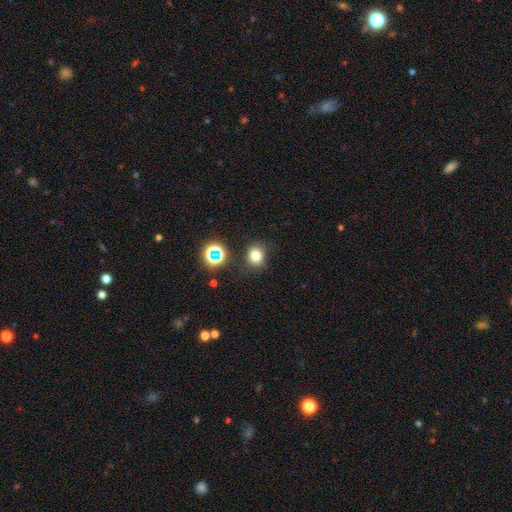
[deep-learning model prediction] This is likely a smooth galaxy (74%). How rounded: likely round (75%). Merging: clearly none (81%).